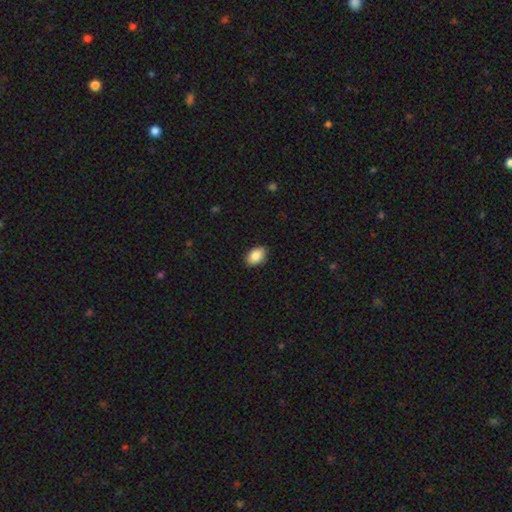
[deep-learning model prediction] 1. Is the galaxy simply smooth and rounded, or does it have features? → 89% smooth, 7% star or artifact, 4% featured or disk.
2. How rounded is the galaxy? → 88% in between, 11% round, 1% cigar-shaped.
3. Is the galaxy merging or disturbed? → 87% none, 10% minor disturbance, 2% major disturbance, 1% merger.